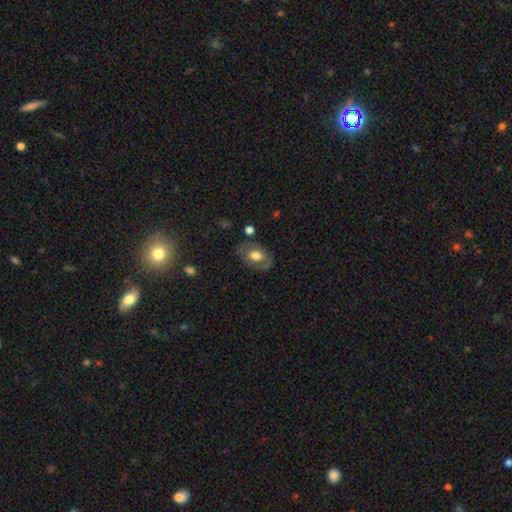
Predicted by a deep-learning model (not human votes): Smooth or featured? smooth (59%)
How rounded? in between (83%)
Merging? none (75%)